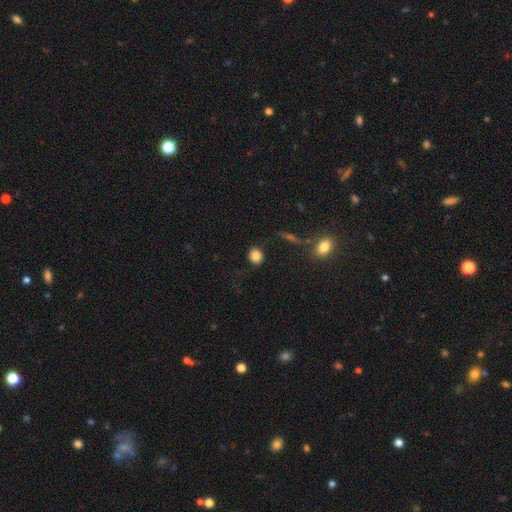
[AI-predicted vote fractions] Smooth or featured?
  - smooth: 84% *
  - star or artifact: 10%
  - featured or disk: 6%
How rounded?
  - round: 76% *
  - in between: 23%
  - cigar-shaped: 1%
Merging?
  - none: 81% *
  - minor disturbance: 12%
  - major disturbance: 5%
  - merger: 2%